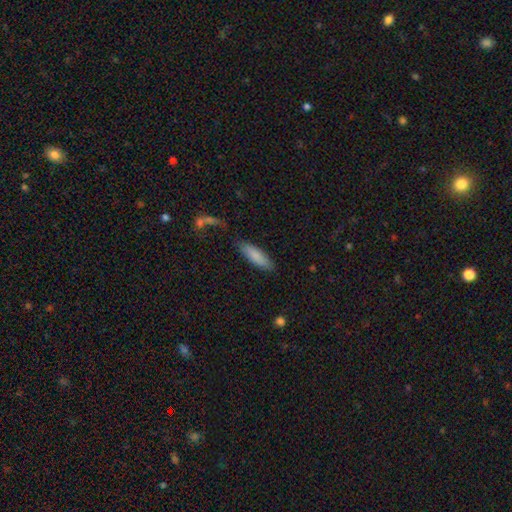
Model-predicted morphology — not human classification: smooth 84%, featured or disk 10%, star or artifact 6%. Down the decision tree: how rounded — cigar-shaped (50%); merging — none (79%).